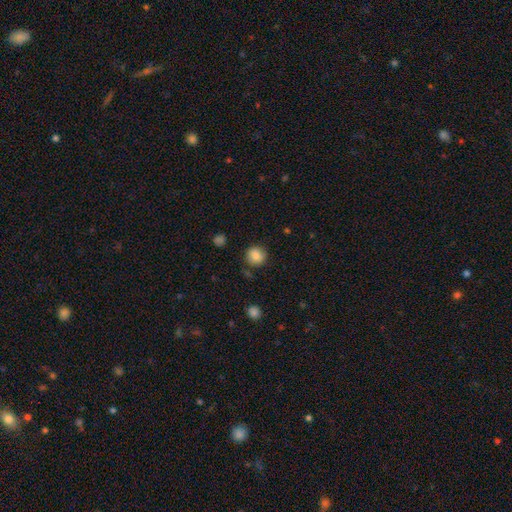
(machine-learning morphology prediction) smooth_or_featured: smooth (p=0.85) [alt: star or artifact p=0.09]
how_rounded: round (p=0.88) [alt: in between p=0.11]
merging: none (p=0.85) [alt: minor disturbance p=0.10]